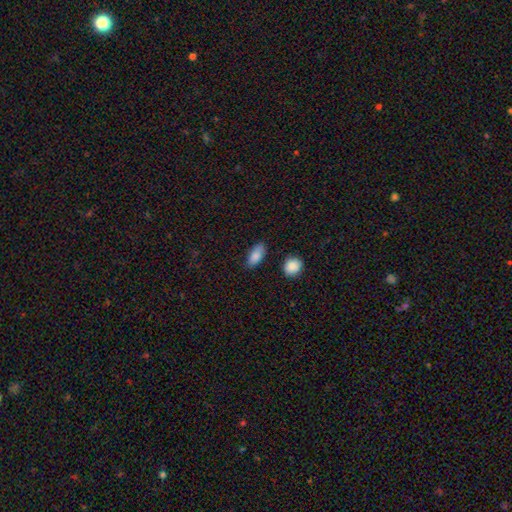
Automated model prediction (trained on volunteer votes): Smooth or featured? Predicted: smooth (p=0.86). How rounded? Predicted: in between (p=0.88). Merging? Predicted: none (p=0.78).